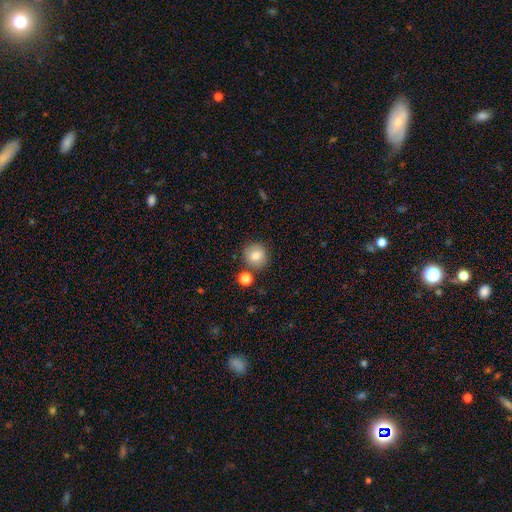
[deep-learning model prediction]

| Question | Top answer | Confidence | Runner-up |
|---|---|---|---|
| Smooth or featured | smooth | 79% | featured or disk (11%) |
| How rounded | round | 89% | in between (10%) |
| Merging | none | 80% | minor disturbance (9%) |